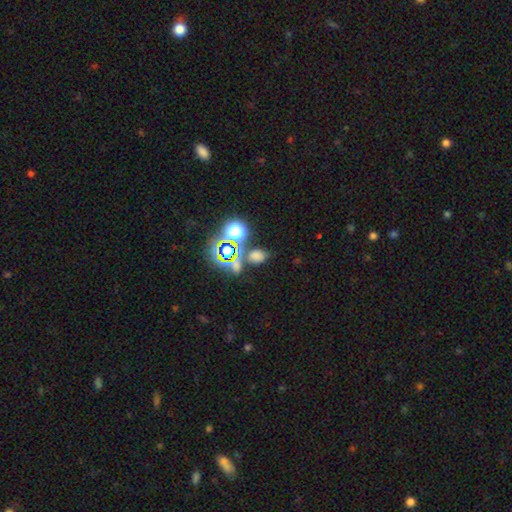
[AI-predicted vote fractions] Overall: smooth (59%; star or artifact 33%). How rounded: in between (60%; round 38%). Merging: none (67%).